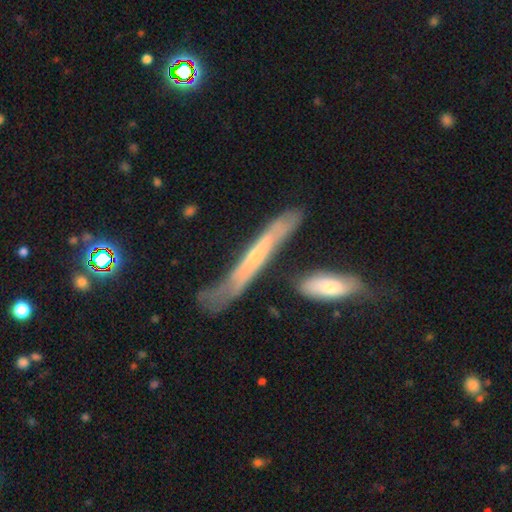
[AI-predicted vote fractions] This is likely a featured or disk galaxy (64%). It is likely viewed edge-on (71%). Merging: possibly none (48%).